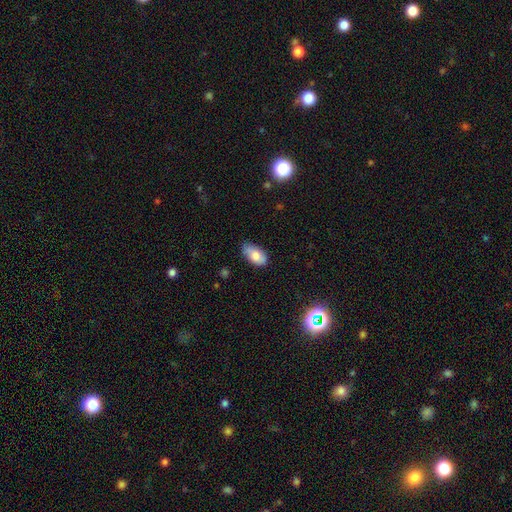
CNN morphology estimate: Smooth or featured? smooth (76%)
How rounded? in between (93%)
Merging? none (67%)